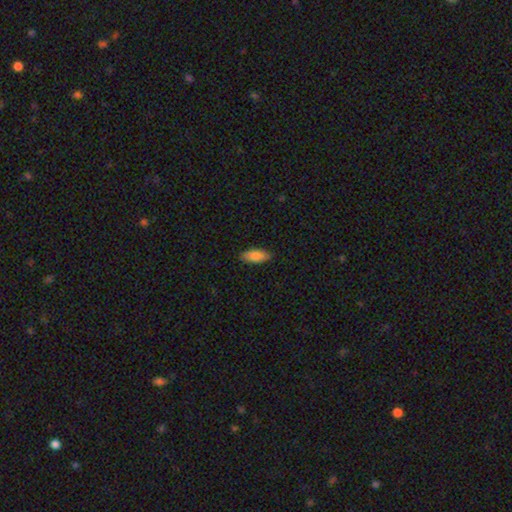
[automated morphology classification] This appears to be a smooth galaxy with no disk features (85%) that is in between round and cigar-shaped (76%). Merging: none (87%).